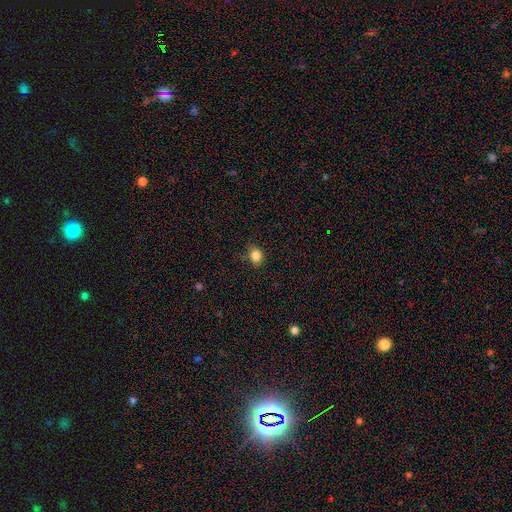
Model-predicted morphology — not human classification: A smooth galaxy with no disk features (84%) that is round (54%). Merging: none (77%).